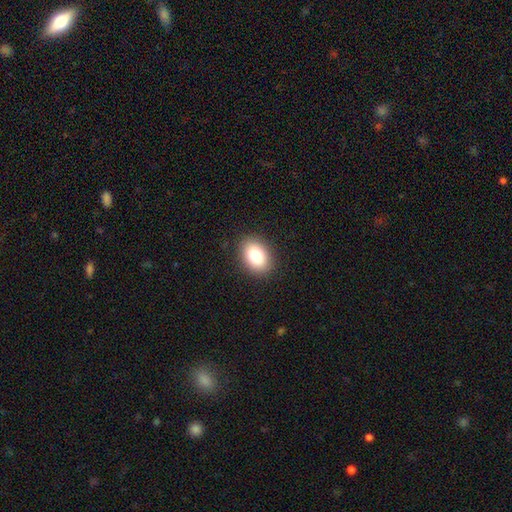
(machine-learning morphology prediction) This is clearly a smooth galaxy (82%). How rounded: likely in between (75%). Merging: clearly none (89%).